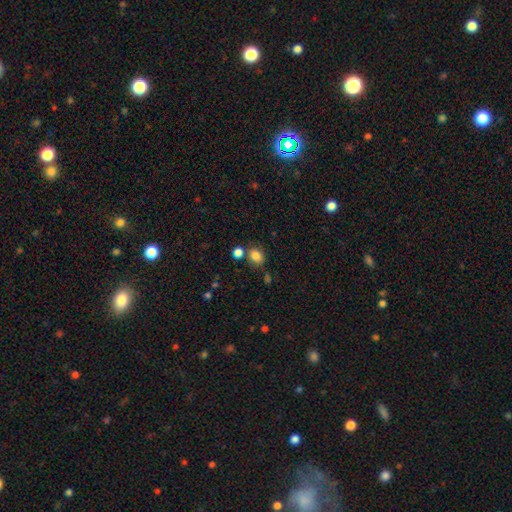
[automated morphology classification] This appears to be a smooth galaxy with no disk features (83%) that is round (53%). Merging: none (72%).